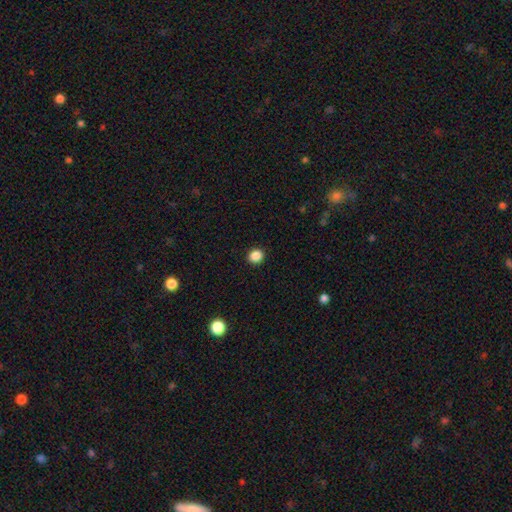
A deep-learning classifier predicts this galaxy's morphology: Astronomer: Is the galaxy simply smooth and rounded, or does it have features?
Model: smooth — 87%.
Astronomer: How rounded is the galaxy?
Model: round — 86%.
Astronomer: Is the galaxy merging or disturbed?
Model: none — 93%.